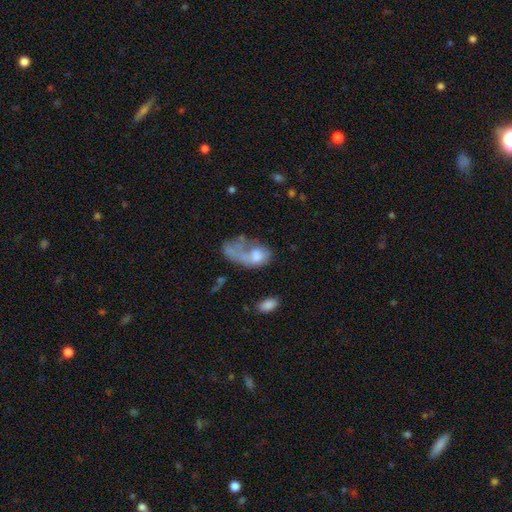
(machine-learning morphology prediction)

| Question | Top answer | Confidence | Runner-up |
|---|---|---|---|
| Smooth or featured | smooth | 45% | featured or disk (42%) |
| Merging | major disturbance | 47% | none (20%) |